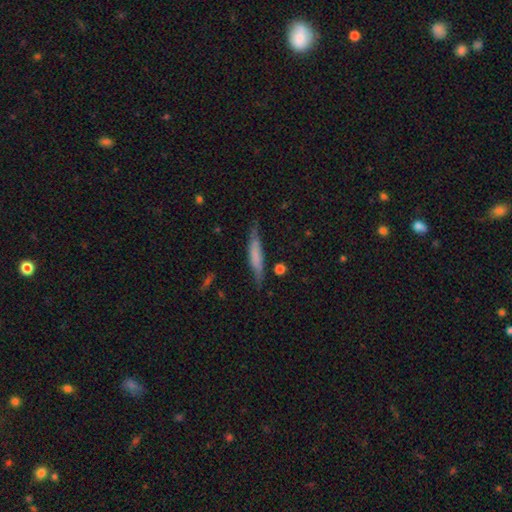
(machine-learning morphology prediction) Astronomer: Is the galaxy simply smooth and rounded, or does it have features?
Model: smooth — 59%.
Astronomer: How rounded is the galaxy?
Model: cigar-shaped — 88%.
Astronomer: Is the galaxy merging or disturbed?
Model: none — 69%.